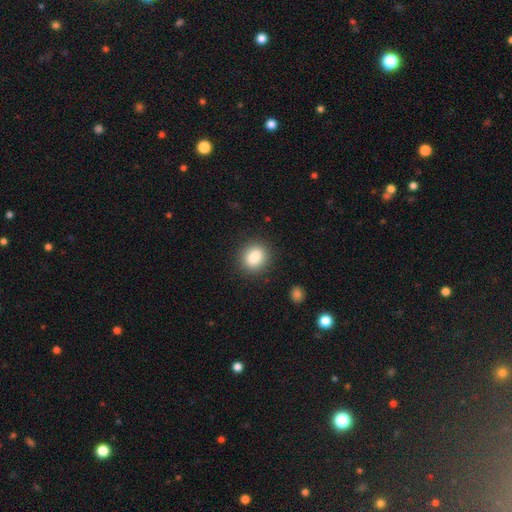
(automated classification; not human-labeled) This is clearly a smooth galaxy (86%). How rounded: likely round (65%). Merging: clearly none (88%).